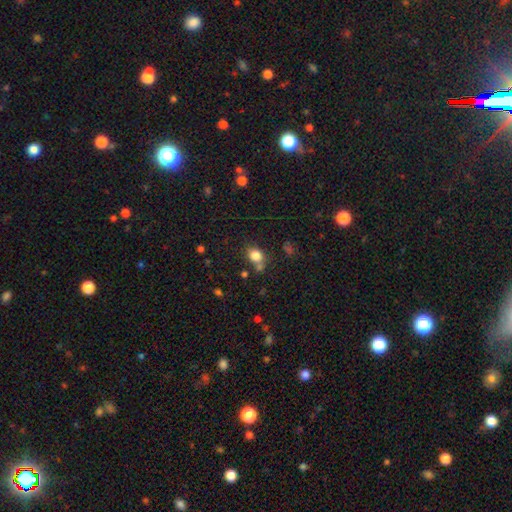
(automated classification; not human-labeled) Smooth or featured: smooth — 81% (star or artifact — 12%)
How rounded: round — 57% (in between — 41%)
Merging: none — 62% (merger — 17%)